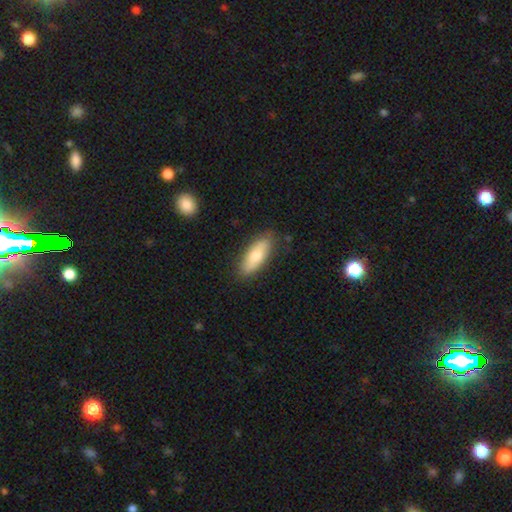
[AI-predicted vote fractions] Smooth or featured? smooth (71%)
How rounded? in between (65%)
Merging? none (85%)